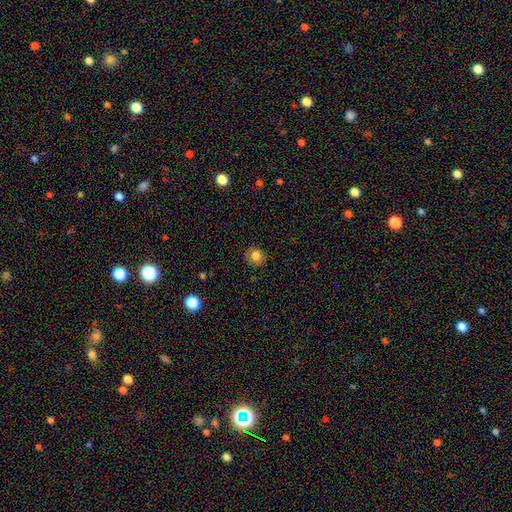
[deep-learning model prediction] A smooth galaxy with no disk features (82%) that is round (90%).

Vote fractions:
- Smooth or featured? smooth: 82% / star or artifact: 11% / featured or disk: 7%
- How rounded? round: 90% / in between: 9% / cigar-shaped: 1%
- Merging? none: 89% / minor disturbance: 8% / major disturbance: 2% / merger: 1%